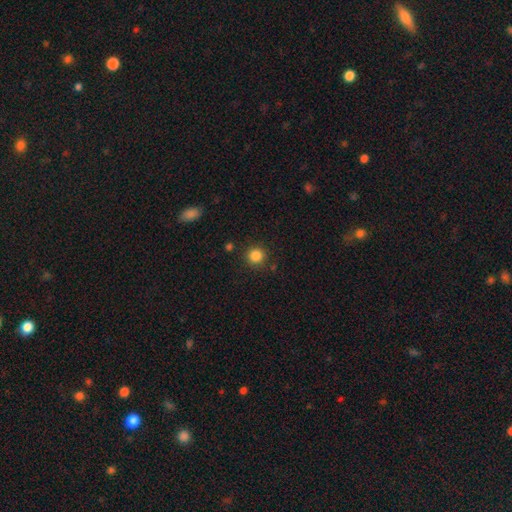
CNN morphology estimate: type=smooth (85%); roundness=round (93%); merging=none (88%).